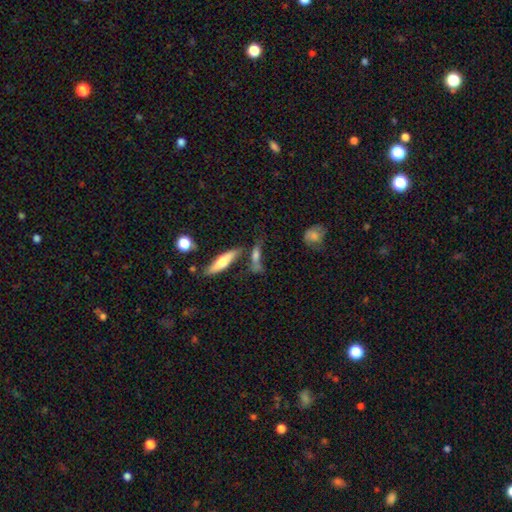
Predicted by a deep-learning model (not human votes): Overall: smooth (53%; featured or disk 35%). How rounded: cigar-shaped (60%; in between 33%). Merging: none (52%; merger 22%).